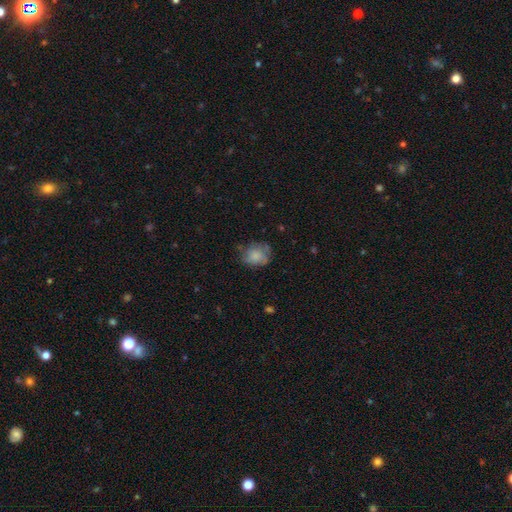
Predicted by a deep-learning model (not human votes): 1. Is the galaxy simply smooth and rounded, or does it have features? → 68% smooth, 23% featured or disk, 9% star or artifact.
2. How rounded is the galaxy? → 65% round, 34% in between, 1% cigar-shaped.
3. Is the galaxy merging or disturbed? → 62% none, 26% minor disturbance, 11% major disturbance, 2% merger.